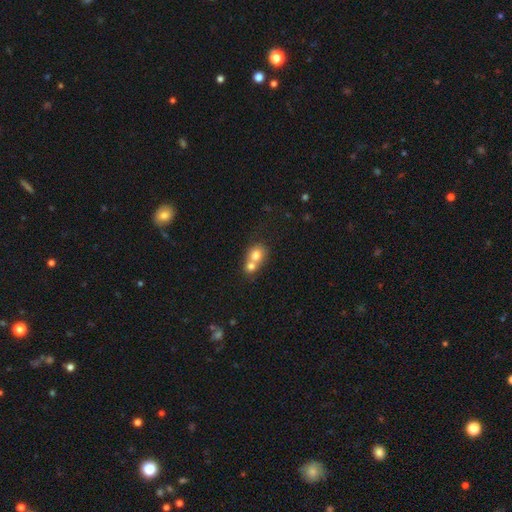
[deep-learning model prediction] smooth_or_featured: smooth (p=0.74) [alt: featured or disk p=0.17]
how_rounded: round (p=0.68) [alt: in between p=0.31]
merging: merger (p=0.69) [alt: none p=0.24]